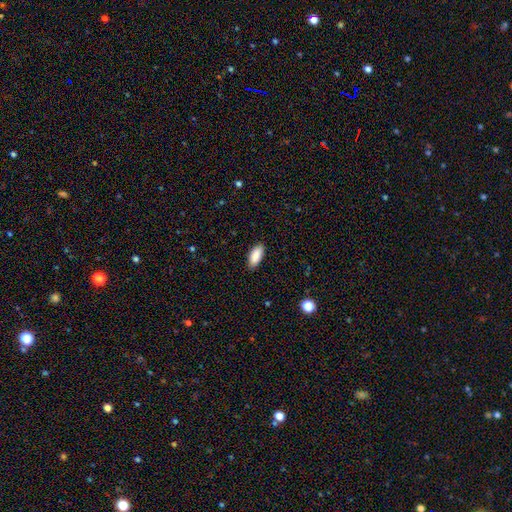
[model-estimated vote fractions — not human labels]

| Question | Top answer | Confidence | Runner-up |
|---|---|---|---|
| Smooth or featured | smooth | 90% | star or artifact (6%) |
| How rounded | in between | 90% | cigar-shaped (9%) |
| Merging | none | 87% | minor disturbance (10%) |